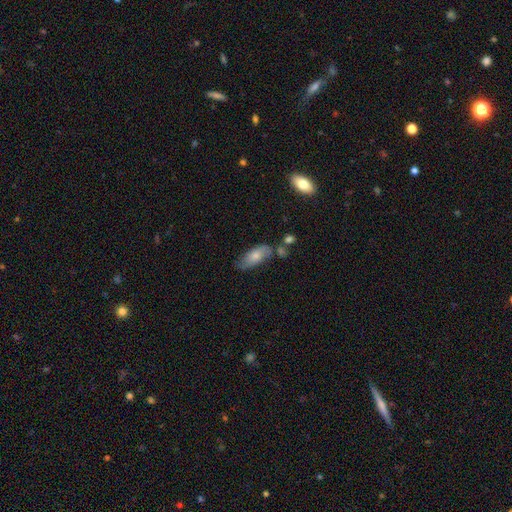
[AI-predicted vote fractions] Overall: smooth (67%). How rounded: in between (83%). Merging: none (54%; minor disturbance 27%).